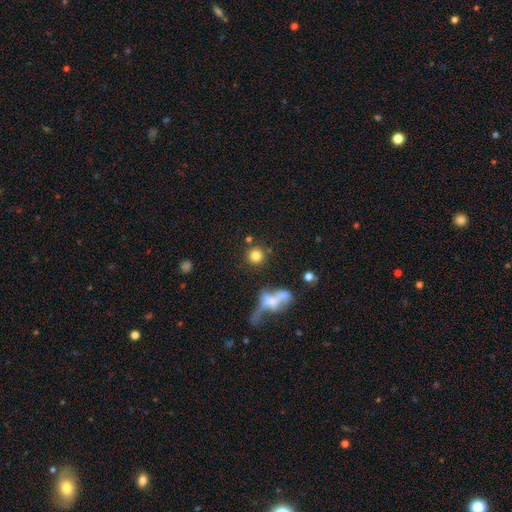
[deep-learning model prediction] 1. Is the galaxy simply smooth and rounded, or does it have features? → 78% smooth, 12% star or artifact, 10% featured or disk.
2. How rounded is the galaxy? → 92% round, 6% in between, 1% cigar-shaped.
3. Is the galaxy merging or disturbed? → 77% none, 10% merger, 8% minor disturbance, 5% major disturbance.